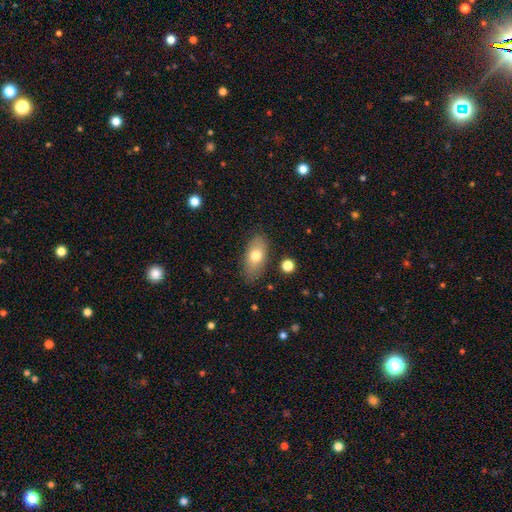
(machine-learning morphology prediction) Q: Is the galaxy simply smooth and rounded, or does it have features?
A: smooth — 73%.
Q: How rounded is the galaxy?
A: in between — 87%.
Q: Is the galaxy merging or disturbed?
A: none — 80%.